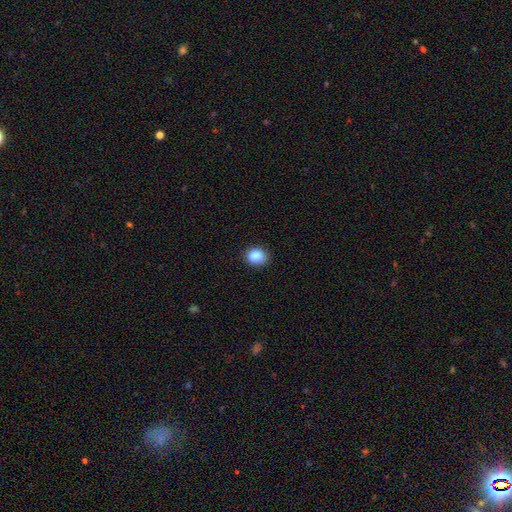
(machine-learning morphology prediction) A smooth galaxy with no disk features (87%) that is round (57%).

Vote fractions:
- Smooth or featured? smooth: 87% / star or artifact: 9% / featured or disk: 4%
- How rounded? round: 57% / in between: 42% / cigar-shaped: 1%
- Merging? none: 85% / minor disturbance: 11% / major disturbance: 2% / merger: 1%